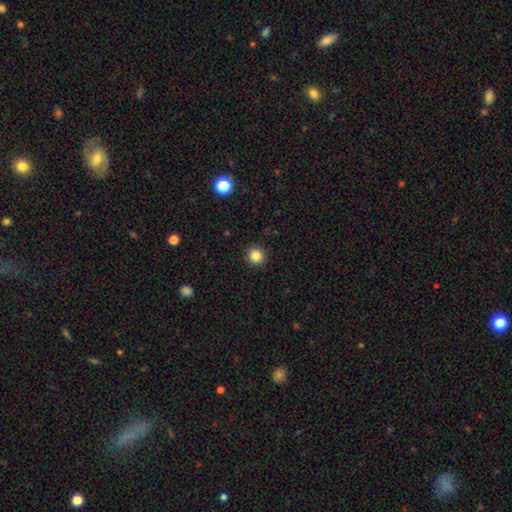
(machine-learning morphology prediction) A smooth galaxy with no disk features (84%) that is round (94%).

Vote fractions:
- Smooth or featured? smooth: 84% / star or artifact: 11% / featured or disk: 4%
- How rounded? round: 94% / in between: 5% / cigar-shaped: 1%
- Merging? none: 92% / minor disturbance: 5% / major disturbance: 2% / merger: 1%